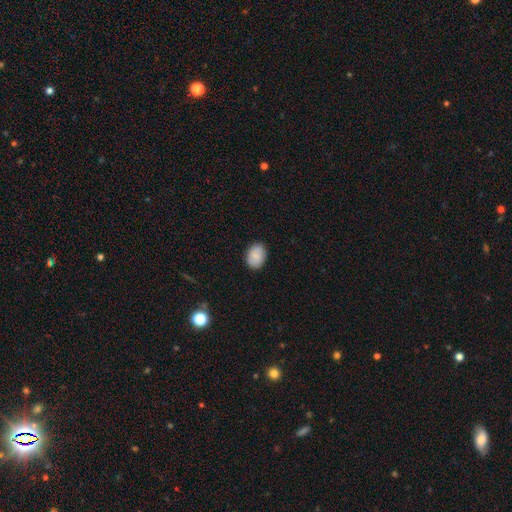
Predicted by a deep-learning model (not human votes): This is clearly a smooth galaxy (84%). How rounded: likely in between (71%). Merging: clearly none (87%).